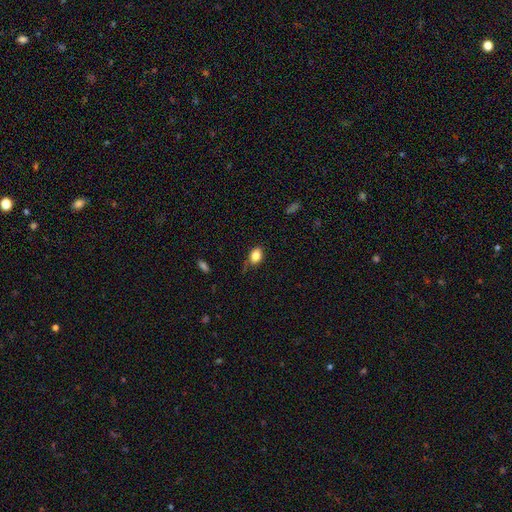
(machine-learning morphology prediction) smooth 83%, star or artifact 9%, featured or disk 8%. Down the decision tree: how rounded — in between (80%); merging — none (69%).